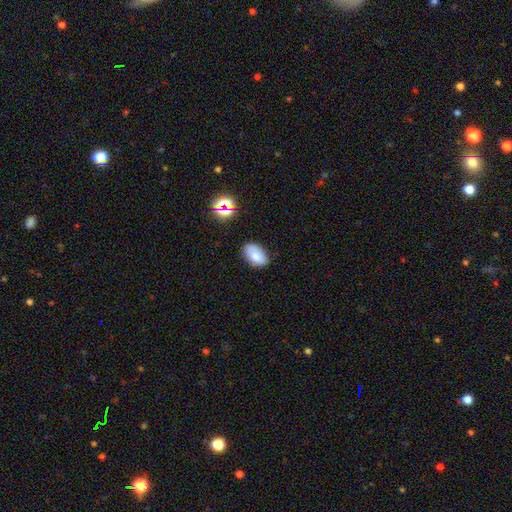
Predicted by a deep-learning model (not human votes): Morphology: type=smooth (75%); roundness=in between (92%); merging=none (75%).